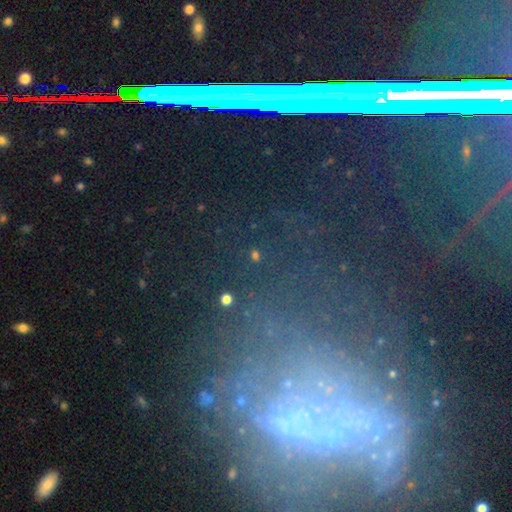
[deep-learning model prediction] Smooth or featured: star or artifact — 61% (featured or disk — 20%)